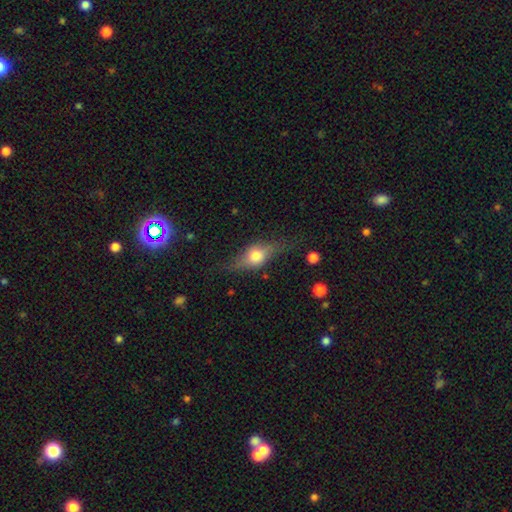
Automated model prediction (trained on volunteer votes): A smooth galaxy with no disk features (46%, tied with featured or disk). Merging: none (64%).